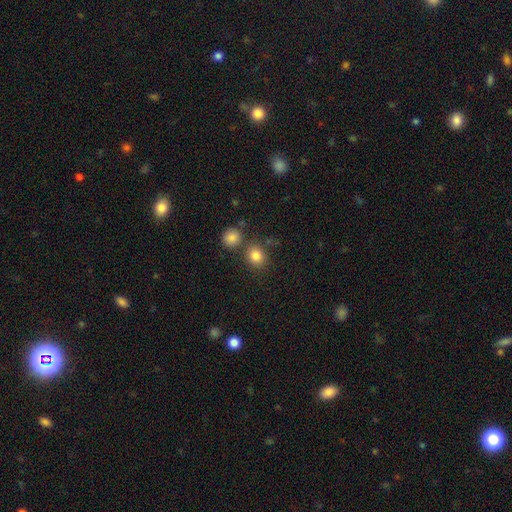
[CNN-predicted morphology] This is clearly a smooth galaxy (83%). How rounded: likely round (71%). Merging: likely none (68%).